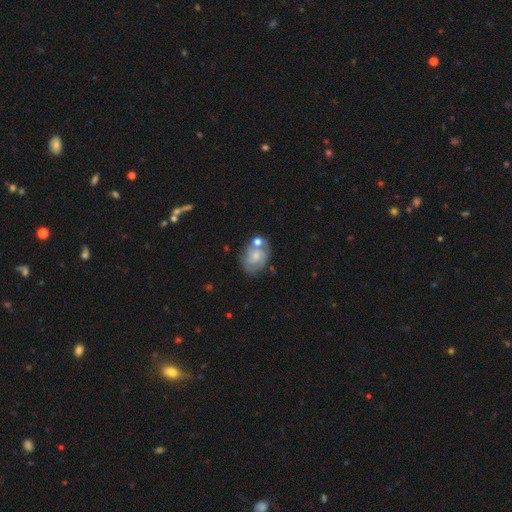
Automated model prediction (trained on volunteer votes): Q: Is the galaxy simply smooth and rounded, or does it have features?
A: featured or disk — 71%.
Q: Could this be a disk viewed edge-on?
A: no — 97%.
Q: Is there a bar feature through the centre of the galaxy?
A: no — 62%.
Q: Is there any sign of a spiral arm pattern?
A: yes — 89%.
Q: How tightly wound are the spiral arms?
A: tight — 51%.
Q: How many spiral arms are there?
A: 2 — 48%.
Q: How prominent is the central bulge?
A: small — 51%.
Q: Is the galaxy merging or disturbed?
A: none — 57%.